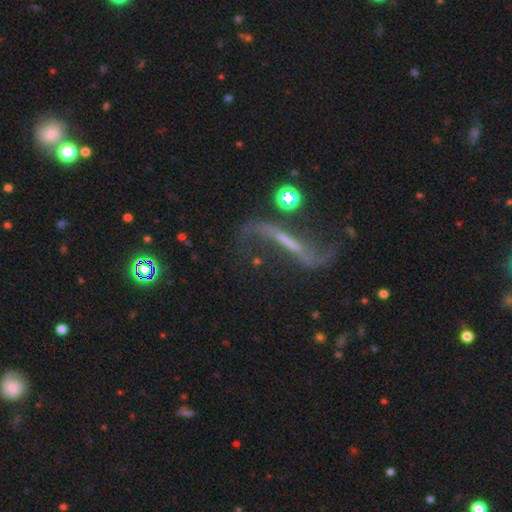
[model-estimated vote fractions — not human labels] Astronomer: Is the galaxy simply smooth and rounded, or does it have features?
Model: featured or disk — 81%.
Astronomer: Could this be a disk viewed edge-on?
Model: no — 74%.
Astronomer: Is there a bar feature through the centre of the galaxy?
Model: strong — 52%.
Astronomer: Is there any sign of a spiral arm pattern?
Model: yes — 87%.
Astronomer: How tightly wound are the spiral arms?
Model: loose — 91%.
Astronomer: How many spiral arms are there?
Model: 2 — 90%.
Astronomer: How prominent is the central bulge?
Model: small — 48% (runner-up: none, 37%).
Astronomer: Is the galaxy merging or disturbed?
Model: none — 56%.